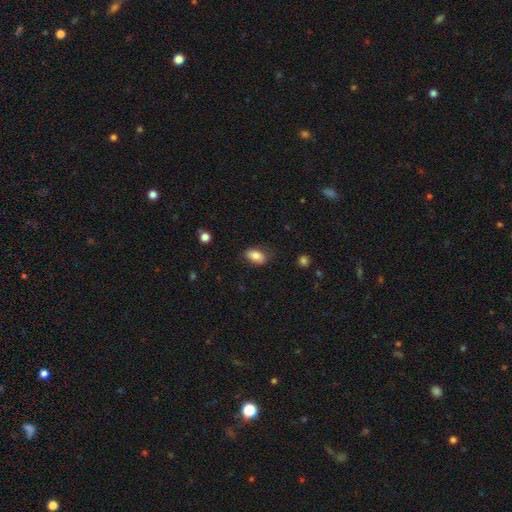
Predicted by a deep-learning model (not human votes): smooth_or_featured: smooth (p=0.83) [alt: featured or disk p=0.09]
how_rounded: in between (p=0.90) [alt: round p=0.07]
merging: none (p=0.76) [alt: minor disturbance p=0.18]